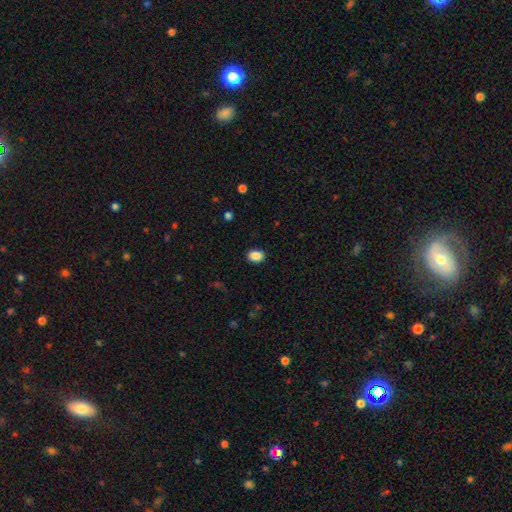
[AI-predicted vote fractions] smooth_or_featured: smooth (p=0.89) [alt: star or artifact p=0.08]
how_rounded: in between (p=0.78) [alt: round p=0.21]
merging: none (p=0.89) [alt: minor disturbance p=0.08]